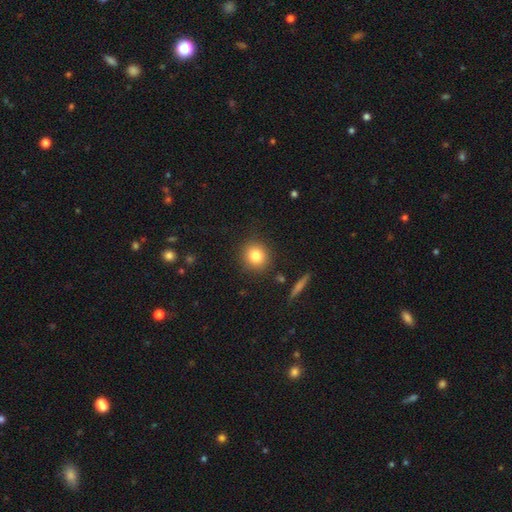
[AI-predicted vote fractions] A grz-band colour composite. It shows a smooth galaxy with no disk features (81%) that is round (88%). Merging: none (87%).